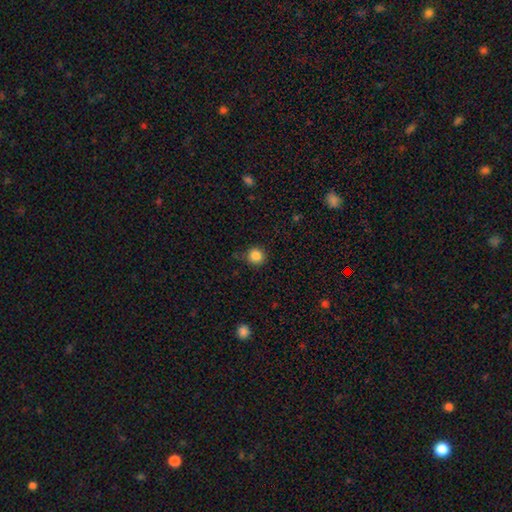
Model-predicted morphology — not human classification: smooth_or_featured: smooth (p=0.85) [alt: star or artifact p=0.11]
how_rounded: round (p=0.94) [alt: in between p=0.06]
merging: none (p=0.86) [alt: minor disturbance p=0.10]